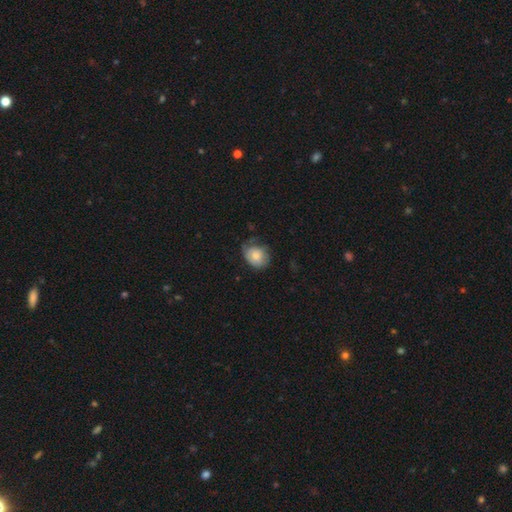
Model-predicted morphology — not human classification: This is likely a smooth galaxy (70%). How rounded: possibly round (50%). Merging: possibly none (49%).